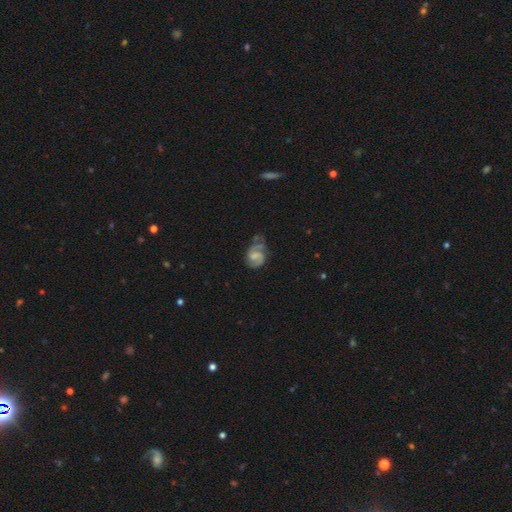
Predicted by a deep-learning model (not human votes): A featured or disk galaxy (68%) with a weak bar (45%, tied with no), 2 (73%) medium (46%) spiral arms (89%) and no central bulge (32%). Merging: none (40%).